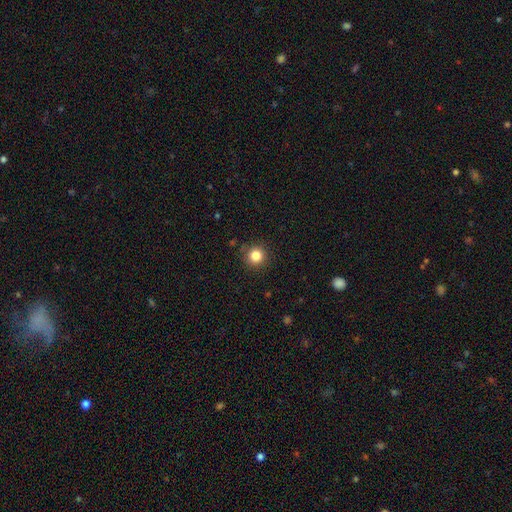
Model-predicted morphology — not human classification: Smooth or featured? smooth (83%)
How rounded? round (95%)
Merging? none (88%)